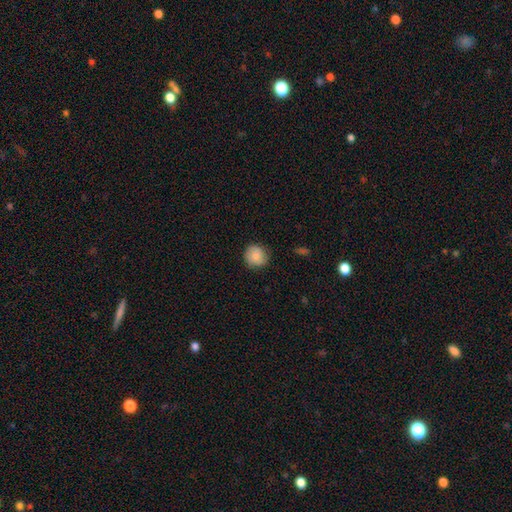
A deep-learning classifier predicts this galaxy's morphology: smooth 83%, featured or disk 10%, star or artifact 7%. Down the decision tree: how rounded — round (90%); merging — none (83%).